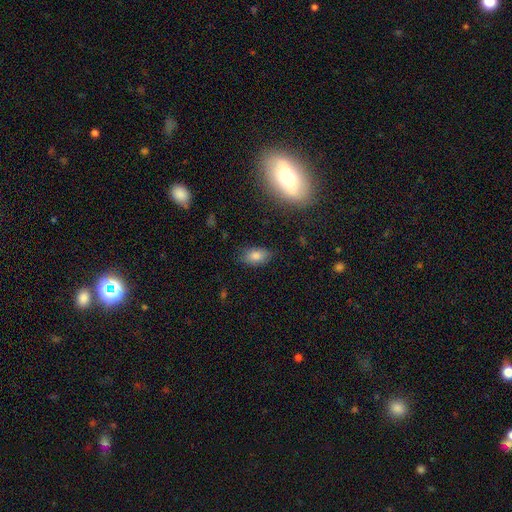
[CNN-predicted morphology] smooth-or-featured: smooth: 80% | star or artifact: 10% | featured or disk: 10%
  how-rounded: in between: 91% | round: 6% | cigar-shaped: 3%
  merging: none: 80% | minor disturbance: 15% | major disturbance: 3% | merger: 1%